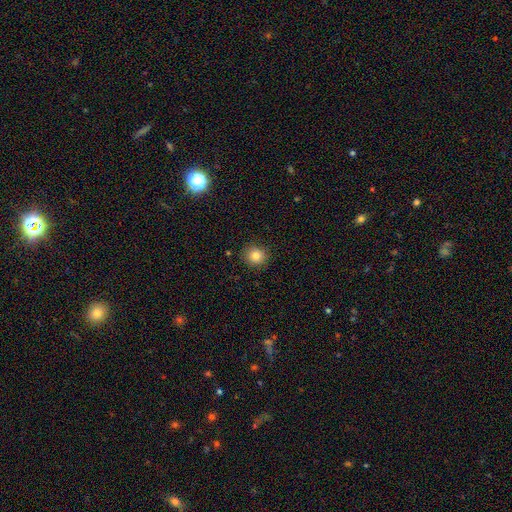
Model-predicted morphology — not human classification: A smooth galaxy with no disk features (83%) that is round (88%).

Vote fractions:
- Smooth or featured? smooth: 83% / star or artifact: 11% / featured or disk: 6%
- How rounded? round: 88% / in between: 11% / cigar-shaped: 1%
- Merging? none: 90% / minor disturbance: 7% / major disturbance: 2% / merger: 1%